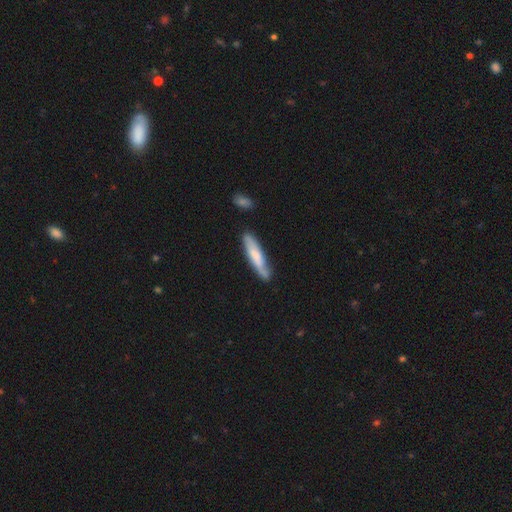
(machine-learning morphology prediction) smooth_or_featured: smooth (p=0.58) [alt: featured or disk p=0.37]
how_rounded: cigar-shaped (p=0.83) [alt: in between p=0.16]
merging: none (p=0.71) [alt: minor disturbance p=0.20]